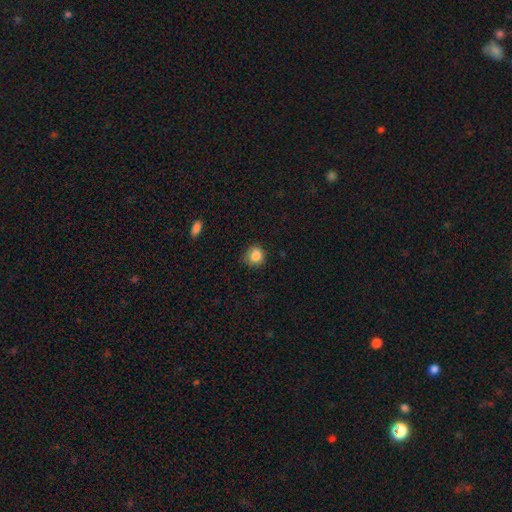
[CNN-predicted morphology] This is clearly a smooth galaxy (85%). How rounded: likely round (76%). Merging: likely none (70%).